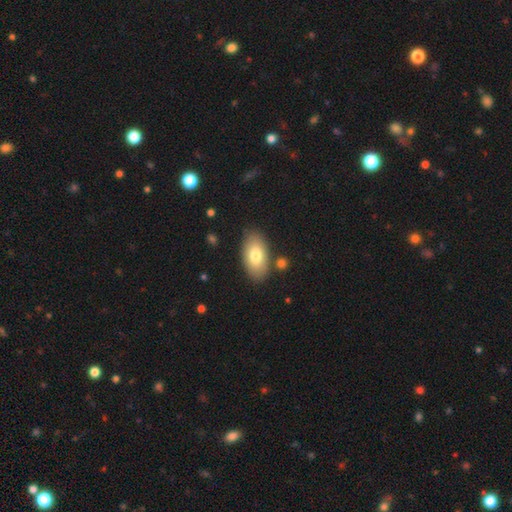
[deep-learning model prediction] This appears to be a smooth galaxy with no disk features (77%) that is in between round and cigar-shaped (94%). Merging: none (82%).